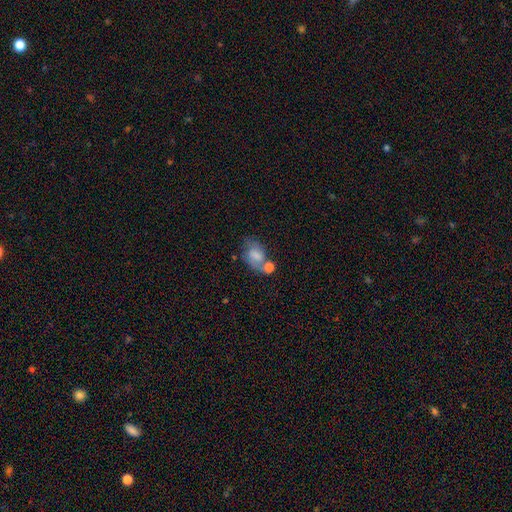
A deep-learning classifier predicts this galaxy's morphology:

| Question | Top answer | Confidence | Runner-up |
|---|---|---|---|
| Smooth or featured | smooth | 64% | featured or disk (26%) |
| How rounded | in between | 80% | round (18%) |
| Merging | none | 35% | merger (32%) |